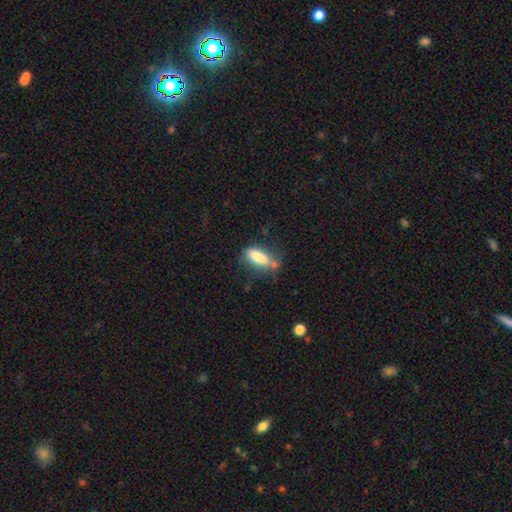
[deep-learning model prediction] Overall: smooth (74%). How rounded: in between (68%; cigar-shaped 29%). Merging: none (55%; minor disturbance 24%).